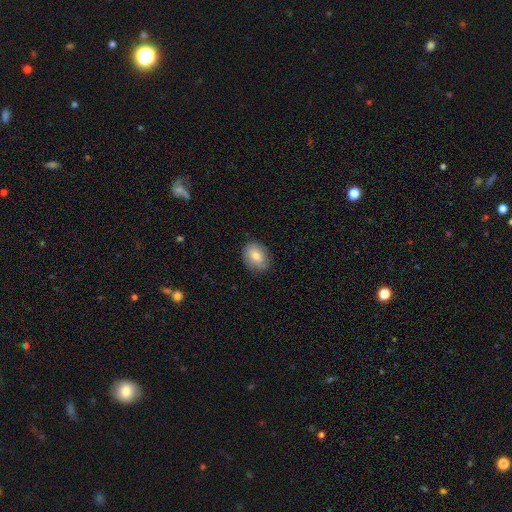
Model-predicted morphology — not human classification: Q: Smooth or featured?
A: smooth (72%); runner-up: featured or disk (20%)
Q: How rounded?
A: in between (63%); runner-up: round (36%)
Q: Merging?
A: none (79%); runner-up: minor disturbance (16%)